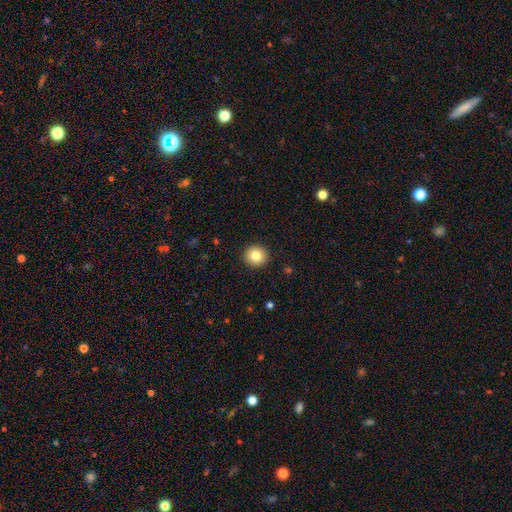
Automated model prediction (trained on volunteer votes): A smooth galaxy with no disk features (82%) that is round (91%). Merging: none (93%).